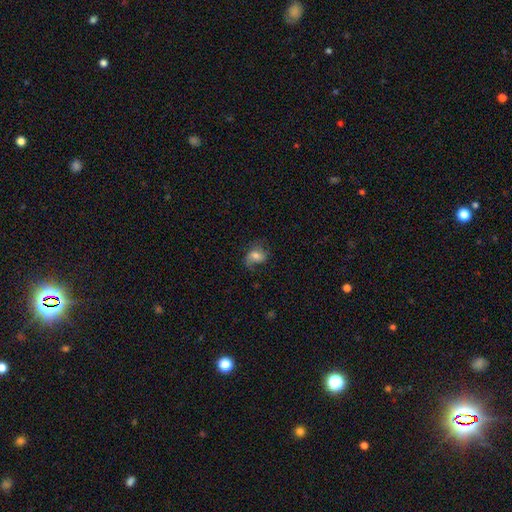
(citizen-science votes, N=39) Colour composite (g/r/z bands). It shows a featured or disk galaxy (56%) with no bar (60%), 2 (59%) loose (53%) spiral arms (85%) and a moderate central bulge (50%). Merging: minor disturbance (41%).